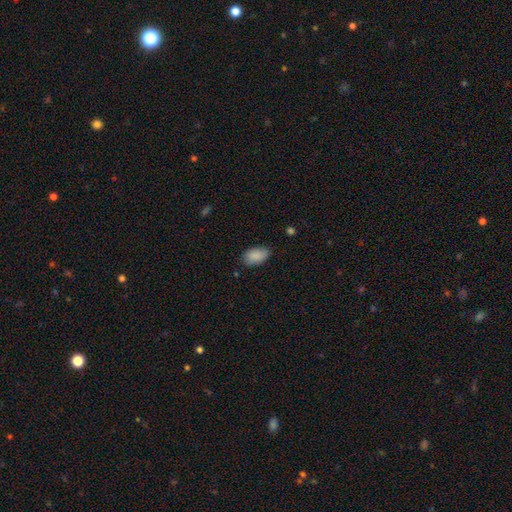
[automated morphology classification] This is clearly a smooth galaxy (89%). How rounded: clearly in between (93%). Merging: likely none (78%).